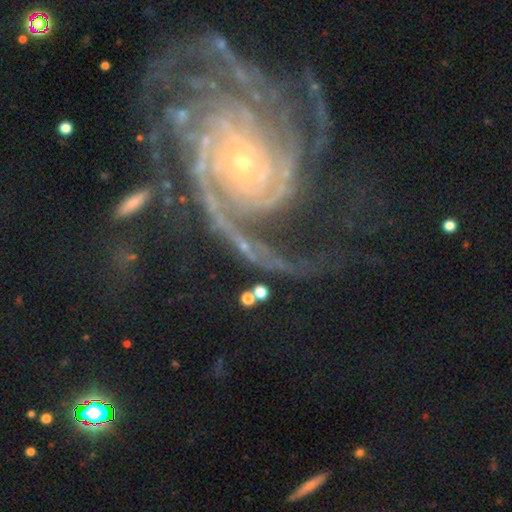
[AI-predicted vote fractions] The model was most divided on "spiral arm count": 2: 34%, 3: 17%, can't tell: 16%, 4: 12%, more than 4: 11%, 1: 9%. More confident: spiral arms — yes (98%); edge-on disk — no (97%); smooth or featured — featured or disk (89%); bulge size — small (78%); bar — no (67%); spiral winding — tight (56%); merging — none (51%).